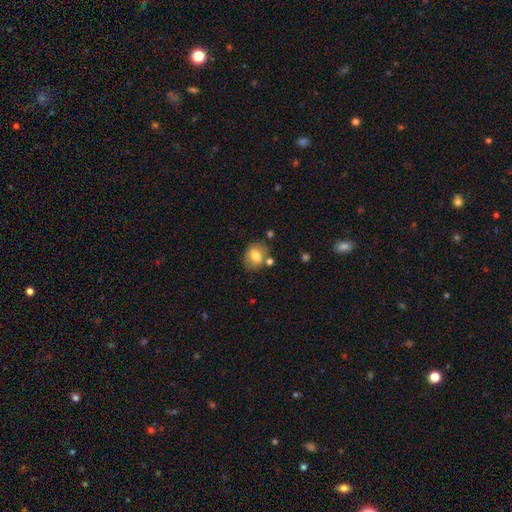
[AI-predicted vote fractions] Q: Smooth or featured?
A: smooth (72%); runner-up: featured or disk (19%)
Q: How rounded?
A: round (59%); runner-up: in between (40%)
Q: Merging?
A: none (71%); runner-up: minor disturbance (14%)